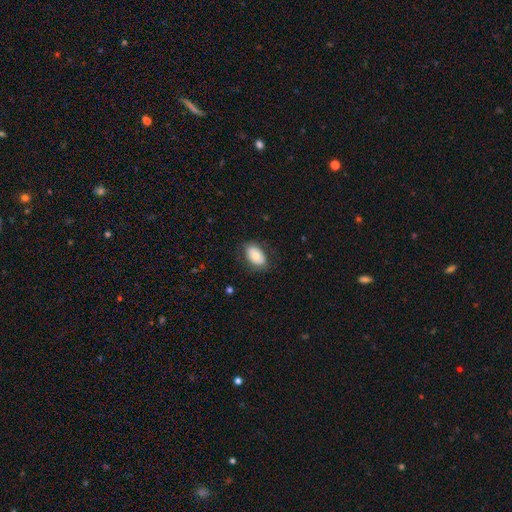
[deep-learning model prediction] A smooth galaxy with no disk features (72%) that is in between round and cigar-shaped (90%). Merging: none (75%).